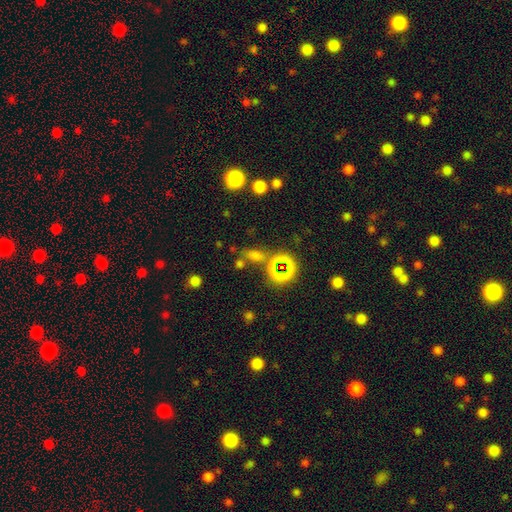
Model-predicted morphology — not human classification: type=smooth (52%); roundness=in between (64%); merging=none (64%).